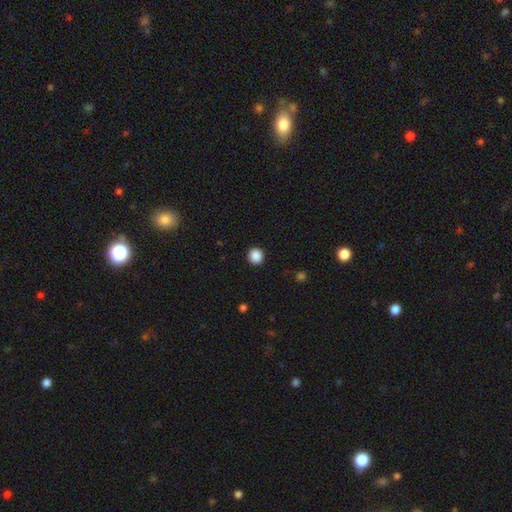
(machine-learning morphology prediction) Smooth or featured: smooth — 88% (star or artifact — 10%)
How rounded: round — 92% (in between — 7%)
Merging: none — 92% (minor disturbance — 5%)